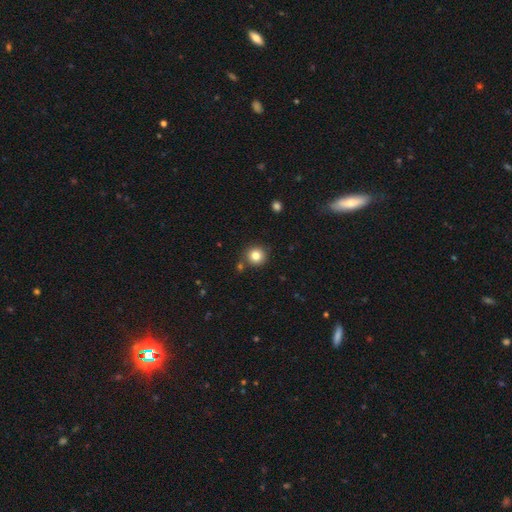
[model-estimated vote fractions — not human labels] This is clearly a smooth galaxy (82%). How rounded: clearly round (94%). Merging: clearly none (83%).